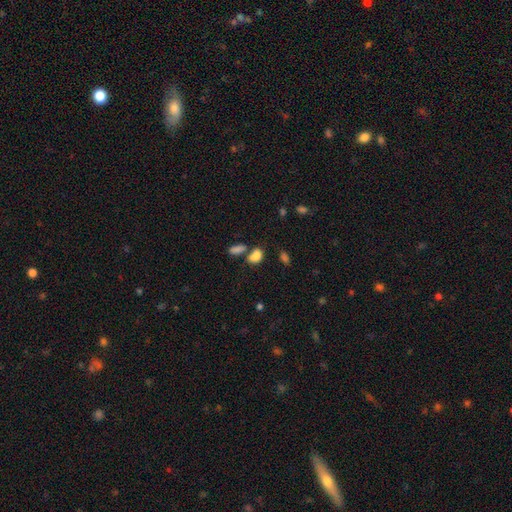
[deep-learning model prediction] smooth 81%, star or artifact 12%, featured or disk 7%. Down the decision tree: how rounded — in between (81%); merging — none (42%).